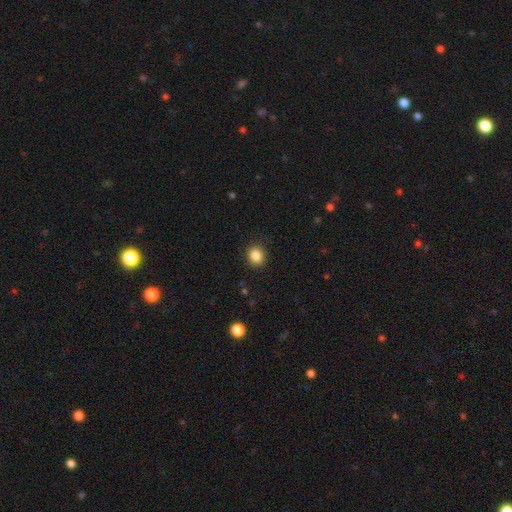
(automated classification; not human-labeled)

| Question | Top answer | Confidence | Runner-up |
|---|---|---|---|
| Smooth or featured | smooth | 85% | star or artifact (10%) |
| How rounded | round | 75% | in between (24%) |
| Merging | none | 89% | minor disturbance (8%) |